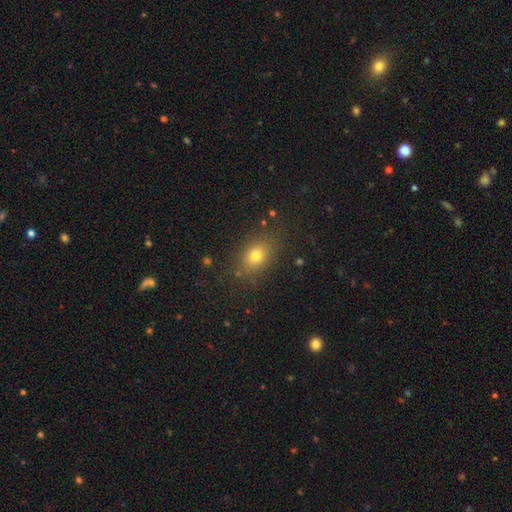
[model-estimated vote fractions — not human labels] The model was most divided on "how rounded": in between: 69%, round: 28%, cigar-shaped: 3%. More confident: merging — none (81%); smooth or featured — smooth (76%).